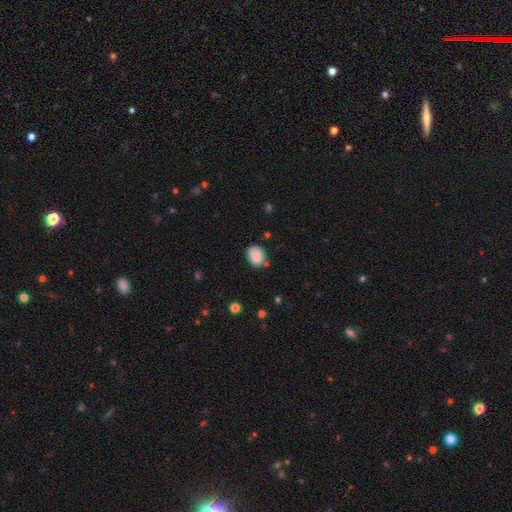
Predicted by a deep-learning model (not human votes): Smooth or featured? smooth (88%)
How rounded? in between (54%)
Merging? none (77%)